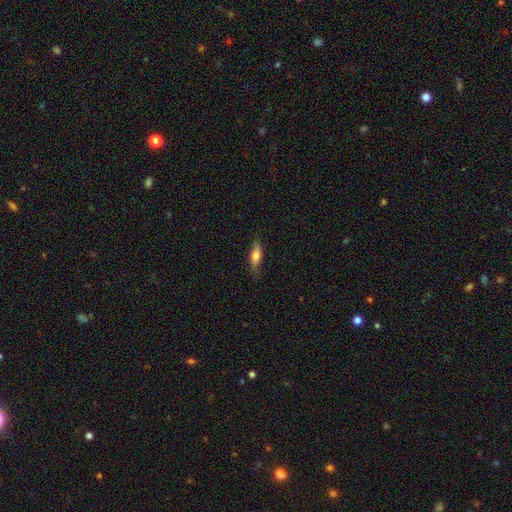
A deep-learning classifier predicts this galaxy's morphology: smooth 68%, featured or disk 25%, star or artifact 7%. Down the decision tree: how rounded — in between (57%); merging — none (70%).